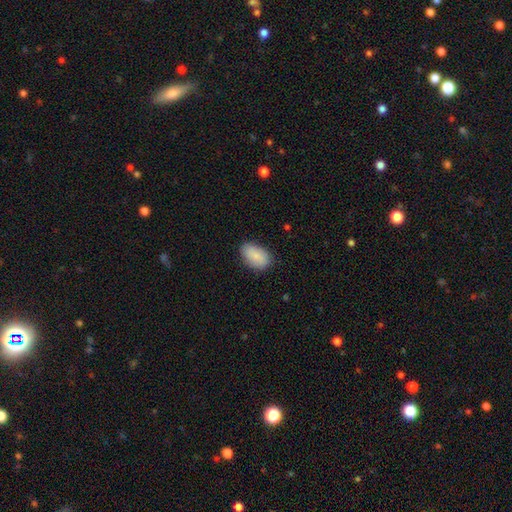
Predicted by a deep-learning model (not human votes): Morphology: type=smooth (87%); roundness=in between (93%); merging=none (83%).